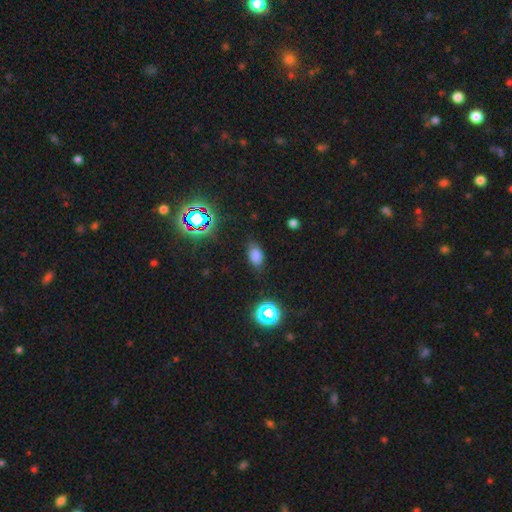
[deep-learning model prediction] Smooth or featured?
  - smooth: 74% *
  - star or artifact: 20%
  - featured or disk: 7%
How rounded?
  - in between: 87% *
  - round: 10%
  - cigar-shaped: 2%
Merging?
  - none: 80% *
  - minor disturbance: 14%
  - major disturbance: 4%
  - merger: 2%